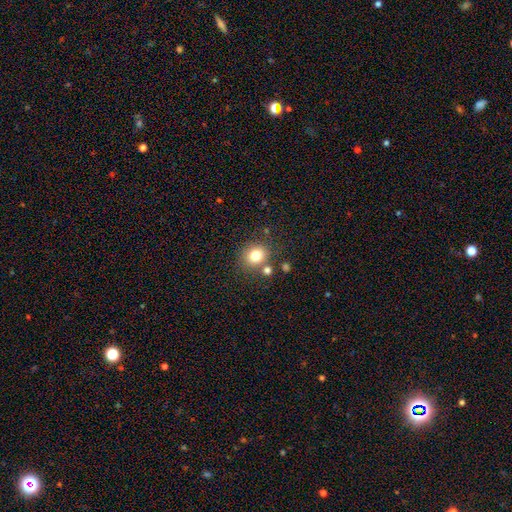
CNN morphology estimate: A smooth galaxy with no disk features (78%) that is round (82%). Merging: none (76%).